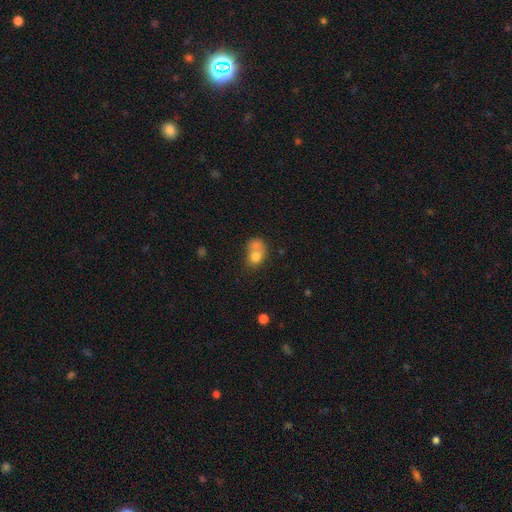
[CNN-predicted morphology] Smooth or featured?
  - smooth: 73% *
  - featured or disk: 18%
  - star or artifact: 9%
How rounded?
  - in between: 50% *
  - round: 49%
  - cigar-shaped: 1%
Merging?
  - merger: 61% *
  - none: 22%
  - minor disturbance: 10%
  - major disturbance: 7%